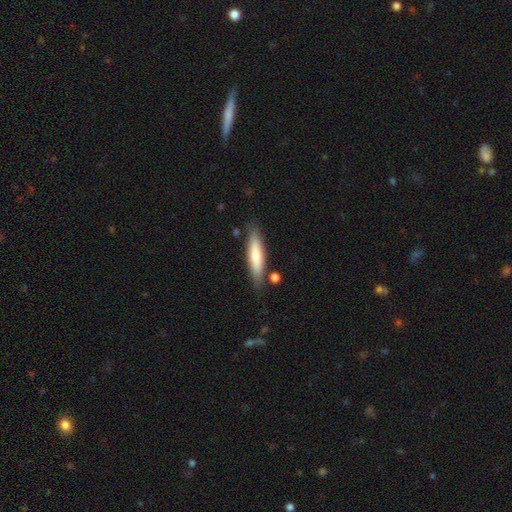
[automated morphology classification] The model was most divided on "smooth or featured": smooth: 71%, featured or disk: 23%, star or artifact: 5%. More confident: how rounded — cigar-shaped (80%); merging — none (79%).